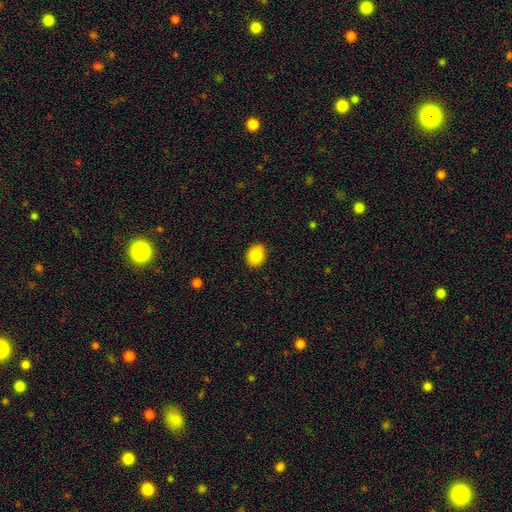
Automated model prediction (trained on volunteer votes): Morphology: type=smooth (85%); roundness=round (53%); merging=none (87%).